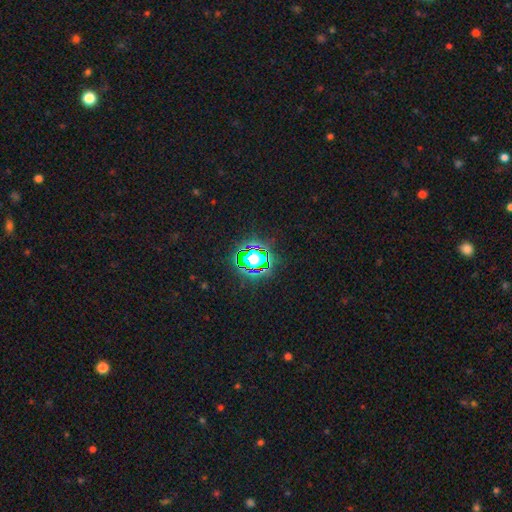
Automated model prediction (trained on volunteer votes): star or artifact 69%, smooth 18%, featured or disk 12%.